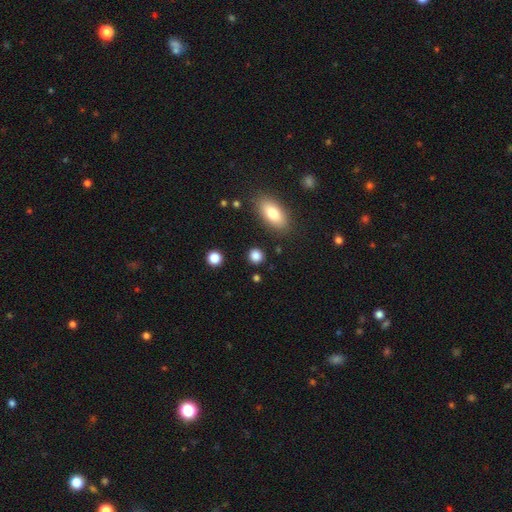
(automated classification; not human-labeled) This is clearly a smooth galaxy (84%). How rounded: clearly round (83%). Merging: clearly none (87%).